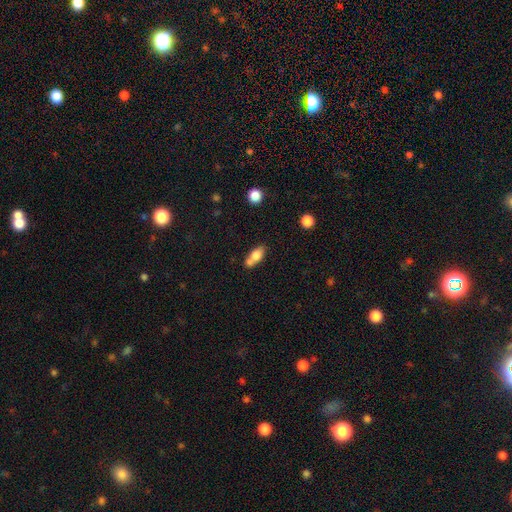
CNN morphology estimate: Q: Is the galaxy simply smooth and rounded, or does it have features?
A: smooth — 73%.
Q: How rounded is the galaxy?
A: in between — 78%.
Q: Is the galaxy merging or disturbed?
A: merger — 45%.